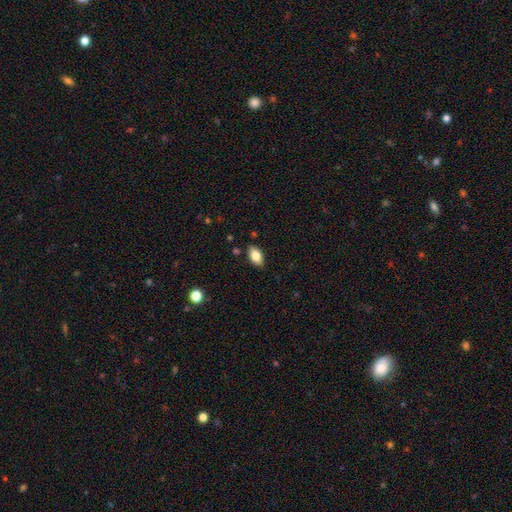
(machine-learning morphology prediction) Q: Smooth or featured?
A: smooth (82%); runner-up: featured or disk (10%)
Q: How rounded?
A: in between (92%); runner-up: round (4%)
Q: Merging?
A: none (86%); runner-up: minor disturbance (10%)